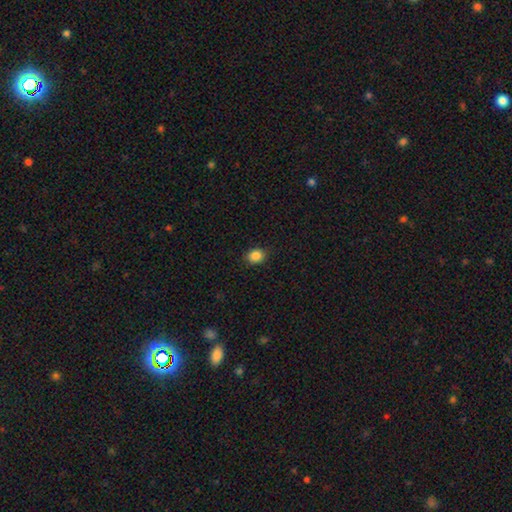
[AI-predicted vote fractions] smooth-or-featured: smooth: 87% | star or artifact: 10% | featured or disk: 4%
  how-rounded: round: 53% | in between: 46% | cigar-shaped: 1%
  merging: none: 88% | minor disturbance: 9% | major disturbance: 2% | merger: 1%